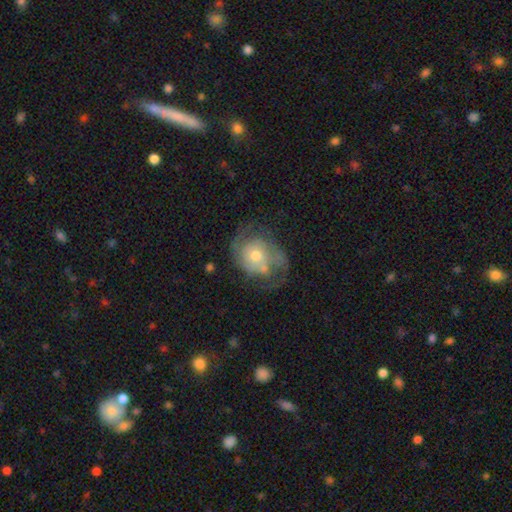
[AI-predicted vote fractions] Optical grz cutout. It shows a featured or disk galaxy (68%) with no bar (80%), 2 (53%) tight (40%, tied with medium) spiral arms (79%) and a moderate central bulge (61%). Merging: none (42%).